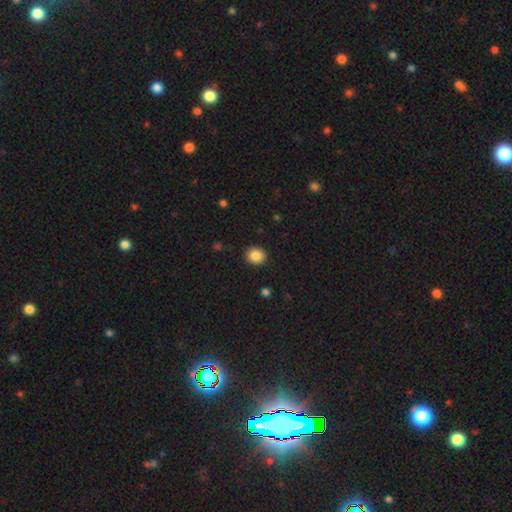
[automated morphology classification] smooth_or_featured: smooth (p=0.87) [alt: star or artifact p=0.09]
how_rounded: round (p=0.70) [alt: in between p=0.29]
merging: none (p=0.91) [alt: minor disturbance p=0.06]